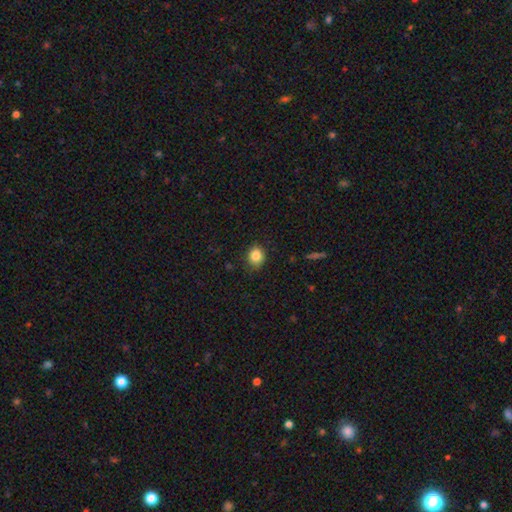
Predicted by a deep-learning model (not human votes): This appears to be a smooth galaxy with no disk features (85%) that is round (65%). Merging: none (79%).